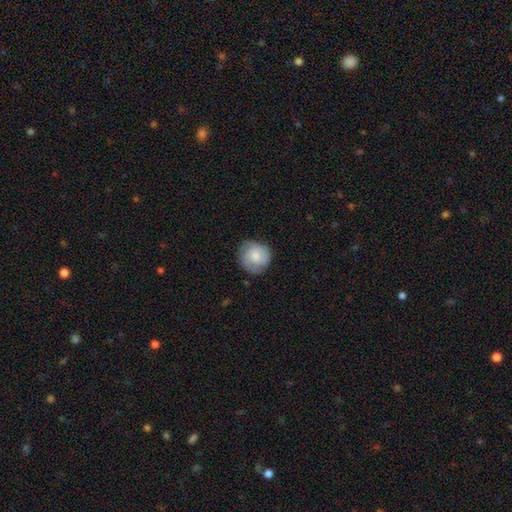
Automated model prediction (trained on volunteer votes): This appears to be a smooth galaxy with no disk features (67%) that is round (90%). Merging: none (75%).